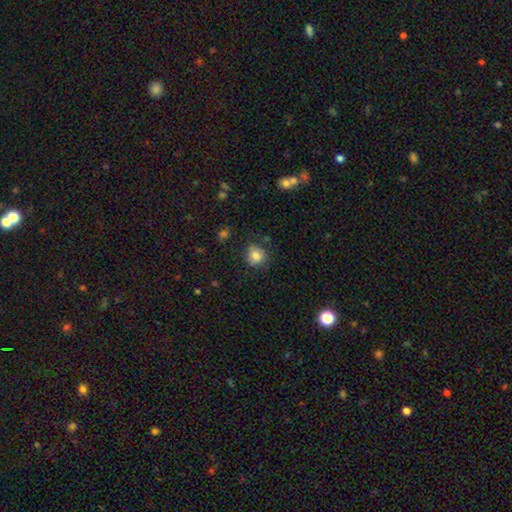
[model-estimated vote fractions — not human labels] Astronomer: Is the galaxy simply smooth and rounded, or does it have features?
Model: smooth — 81%.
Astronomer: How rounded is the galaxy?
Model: round — 83%.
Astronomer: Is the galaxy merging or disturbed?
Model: none — 75%.